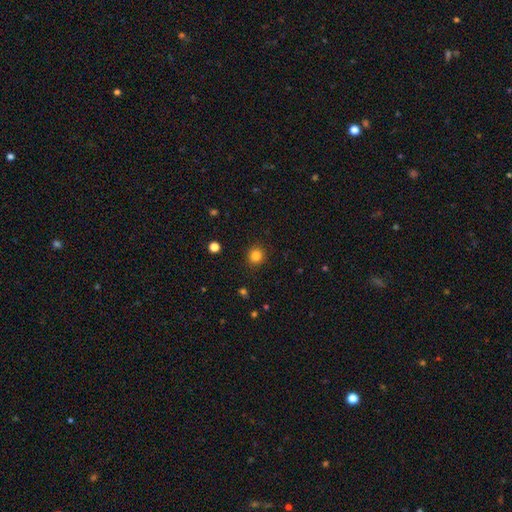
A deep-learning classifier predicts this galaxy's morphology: Smooth or featured? smooth (83%)
How rounded? round (89%)
Merging? none (90%)